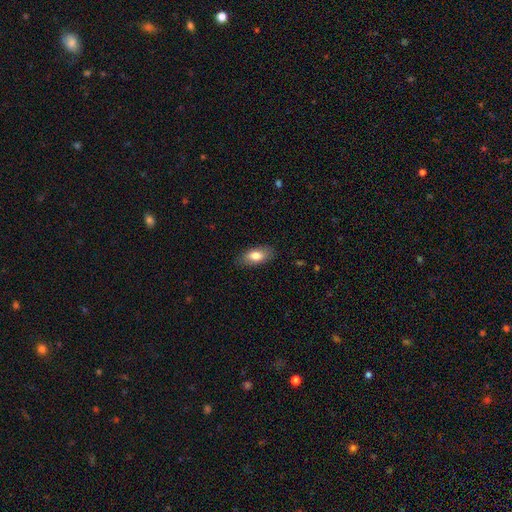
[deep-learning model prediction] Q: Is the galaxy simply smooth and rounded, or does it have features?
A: smooth — 80%.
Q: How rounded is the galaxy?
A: in between — 90%.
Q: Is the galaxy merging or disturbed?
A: none — 85%.